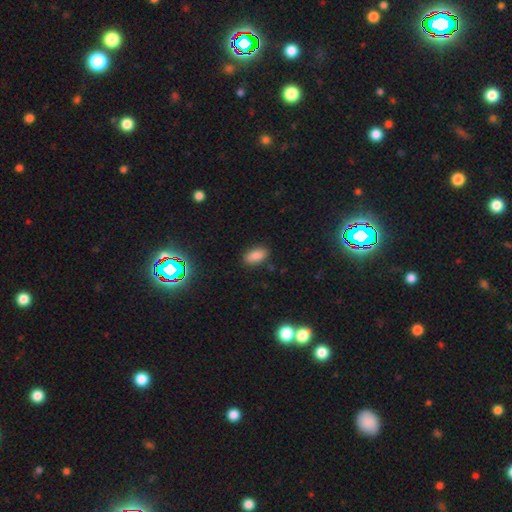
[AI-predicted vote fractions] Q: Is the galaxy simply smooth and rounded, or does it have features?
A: smooth — 83%.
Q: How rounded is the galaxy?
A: in between — 91%.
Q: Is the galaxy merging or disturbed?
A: none — 86%.